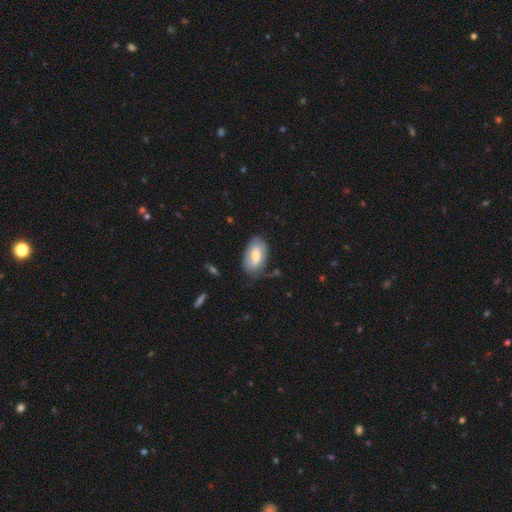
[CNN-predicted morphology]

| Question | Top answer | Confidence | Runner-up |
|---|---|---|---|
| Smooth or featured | smooth | 55% | featured or disk (39%) |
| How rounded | in between | 93% | round (5%) |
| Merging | none | 70% | minor disturbance (22%) |